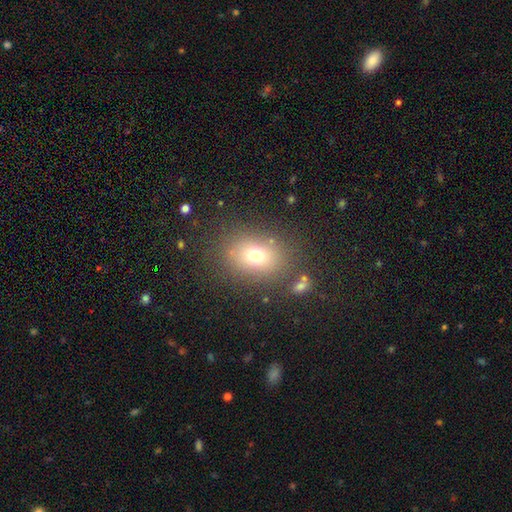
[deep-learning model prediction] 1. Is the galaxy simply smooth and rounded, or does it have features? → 72% smooth, 16% star or artifact, 13% featured or disk.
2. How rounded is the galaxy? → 54% in between, 45% round, 1% cigar-shaped.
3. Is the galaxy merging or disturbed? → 78% none, 11% minor disturbance, 6% major disturbance, 4% merger.